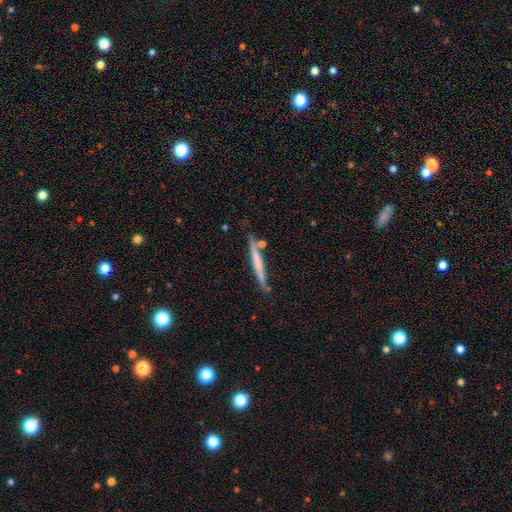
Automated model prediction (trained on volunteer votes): Smooth or featured? smooth (49%)
Merging? none (77%)